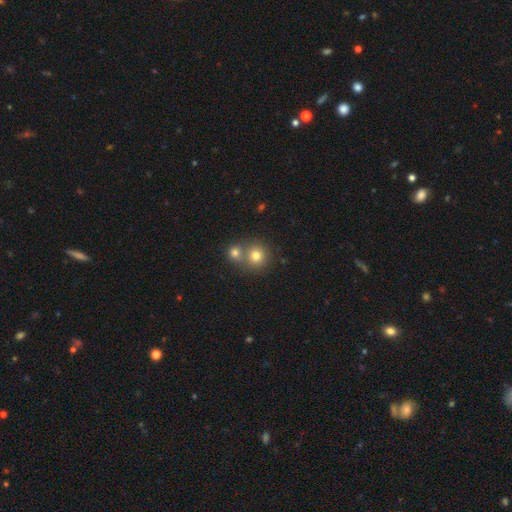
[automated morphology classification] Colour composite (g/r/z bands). It shows a smooth galaxy with no disk features (76%) that is round (90%). Merging: none (51%).